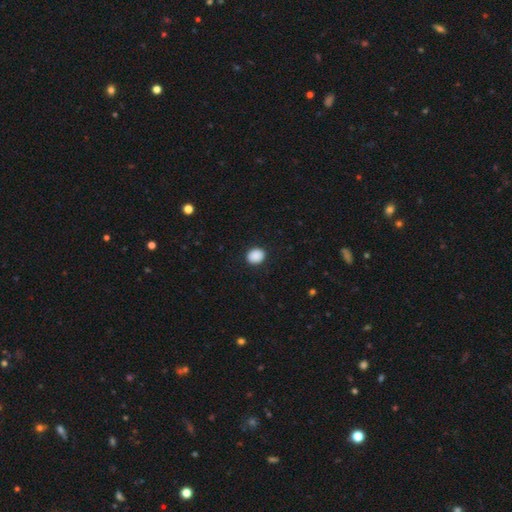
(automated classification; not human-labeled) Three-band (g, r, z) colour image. It shows a smooth galaxy with no disk features (89%) that is round (64%). Merging: none (90%).